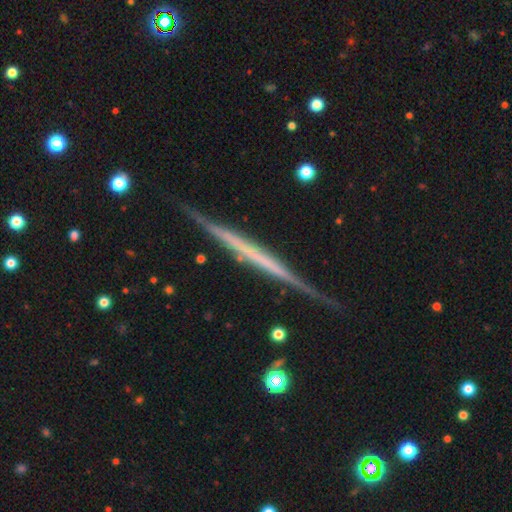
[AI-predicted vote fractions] Smooth or featured: featured or disk — 71% (smooth — 22%)
Edge-on disk: yes — 98% (no — 2%)
Edge-on bulge: none — 90% (rounded — 6%)
Merging: none — 89% (minor disturbance — 8%)